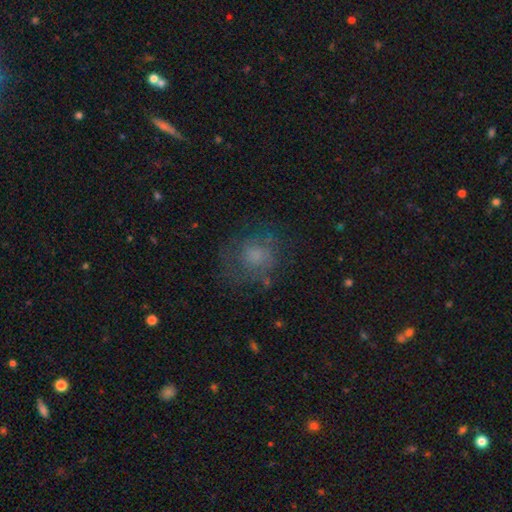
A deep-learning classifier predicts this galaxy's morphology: The model was most divided on "smooth or featured": smooth: 56%, featured or disk: 31%, star or artifact: 14%. More confident: how rounded — round (77%); merging — none (62%).